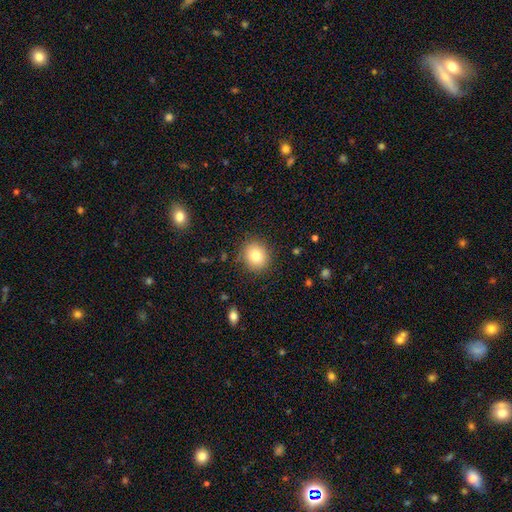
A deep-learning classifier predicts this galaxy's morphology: Overall: smooth (80%). How rounded: round (77%). Merging: none (86%).